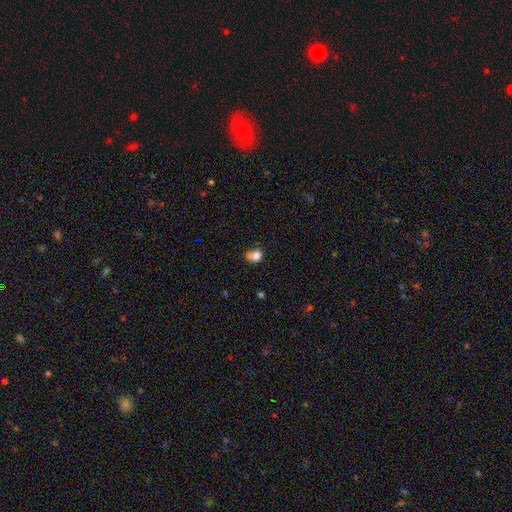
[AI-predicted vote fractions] A smooth galaxy with no disk features (78%) that is round (54%). Merging: none (37%).